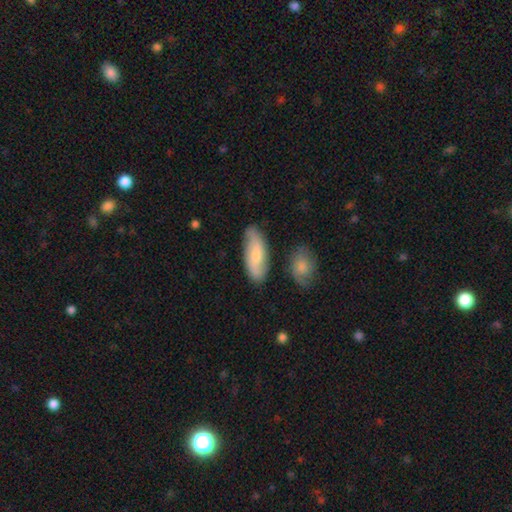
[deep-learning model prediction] Smooth or featured? smooth (57%)
How rounded? in between (74%)
Merging? none (77%)